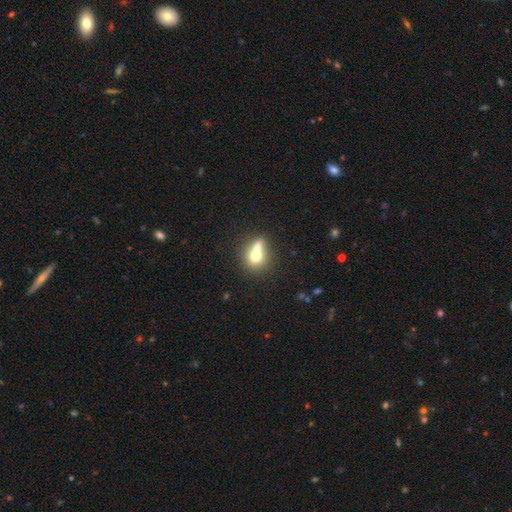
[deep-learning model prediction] A smooth galaxy with no disk features (67%) that is round (70%). Merging: merger (50%).